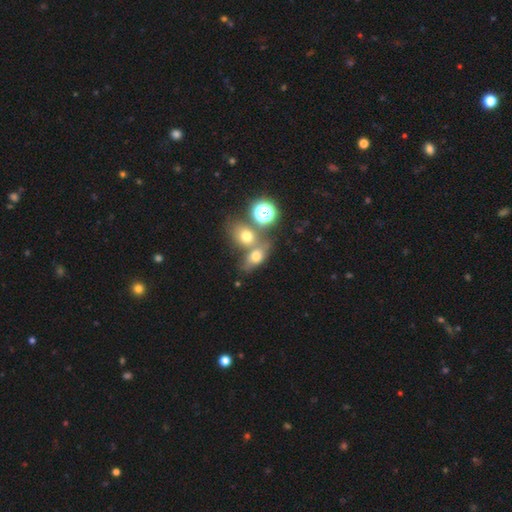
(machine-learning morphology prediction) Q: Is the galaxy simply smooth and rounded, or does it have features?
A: smooth — 64%.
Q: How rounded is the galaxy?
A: in between — 61%.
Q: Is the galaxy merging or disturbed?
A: merger — 45%.